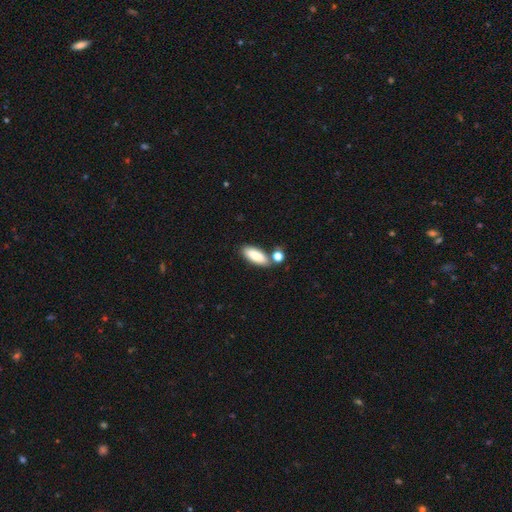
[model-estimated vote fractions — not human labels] Smooth or featured? smooth (85%)
How rounded? in between (78%)
Merging? none (68%)